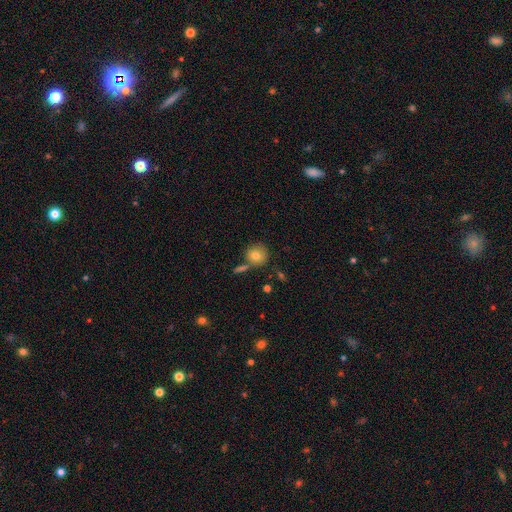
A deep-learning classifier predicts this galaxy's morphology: A smooth galaxy with no disk features (78%) that is round (89%). Merging: none (69%).